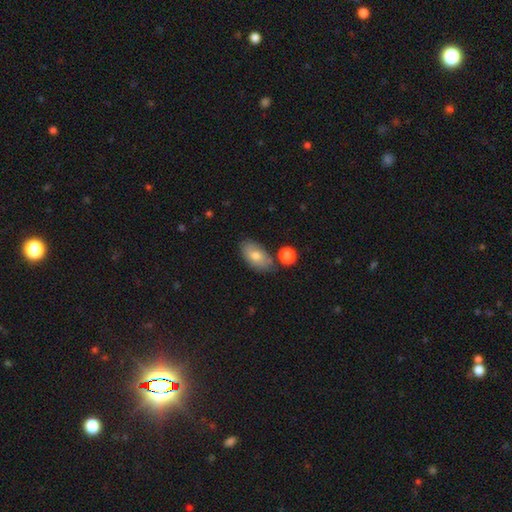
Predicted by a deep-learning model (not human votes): The model was most divided on "smooth or featured": smooth: 71%, featured or disk: 20%, star or artifact: 9%. More confident: how rounded — in between (91%); merging — none (73%).